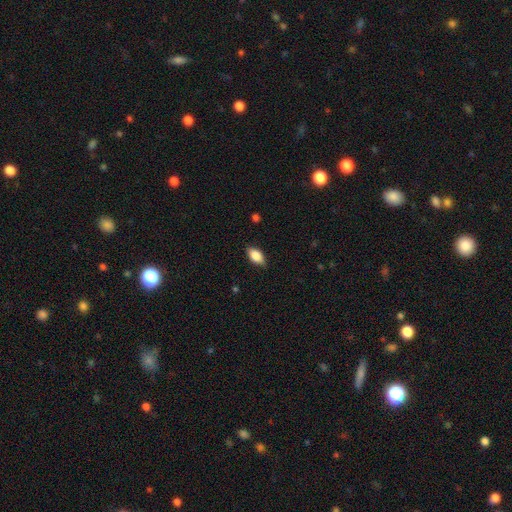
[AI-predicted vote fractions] smooth-or-featured: smooth: 82% | featured or disk: 11% | star or artifact: 7%
  how-rounded: in between: 90% | cigar-shaped: 5% | round: 5%
  merging: none: 83% | minor disturbance: 14% | major disturbance: 2% | merger: 1%